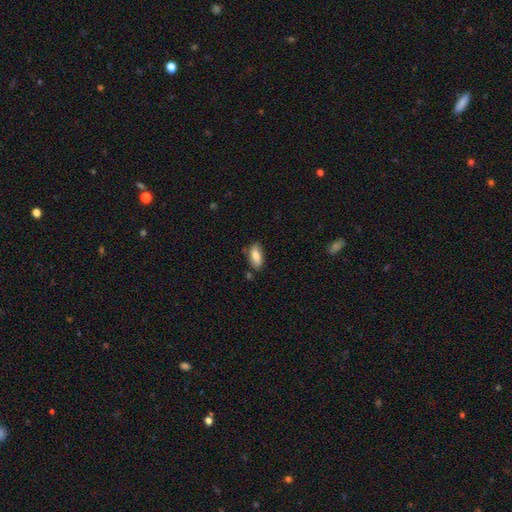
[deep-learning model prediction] smooth_or_featured: smooth (p=0.81) [alt: featured or disk p=0.12]
how_rounded: in between (p=0.82) [alt: cigar-shaped p=0.16]
merging: none (p=0.77) [alt: minor disturbance p=0.16]